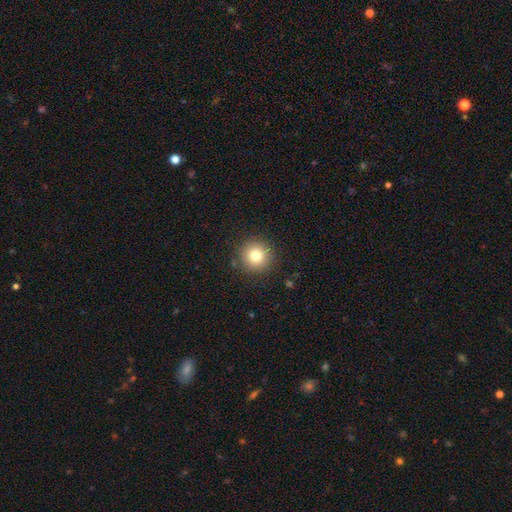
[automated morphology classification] This is likely a smooth galaxy (80%). How rounded: clearly round (95%). Merging: clearly none (89%).